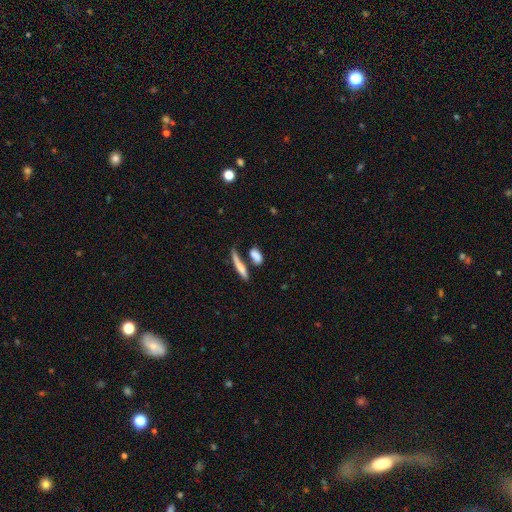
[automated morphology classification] Smooth or featured: smooth — 73% (featured or disk — 18%)
How rounded: in between — 54% (cigar-shaped — 39%)
Merging: none — 46% (merger — 32%)